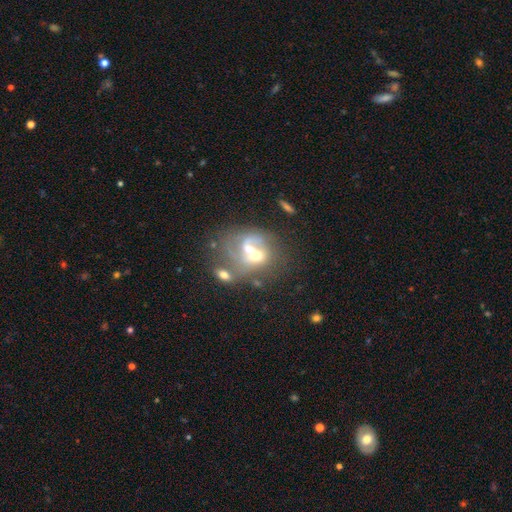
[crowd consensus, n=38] Smooth or featured? featured or disk (63%)
Edge-on disk? no (92%)
Bar? no (82%)
Spiral arms? yes (55%)
Spiral winding? medium (50%)
Spiral arm count? 1 (58%)
Bulge size? moderate (73%)
Merging? merger (75%)